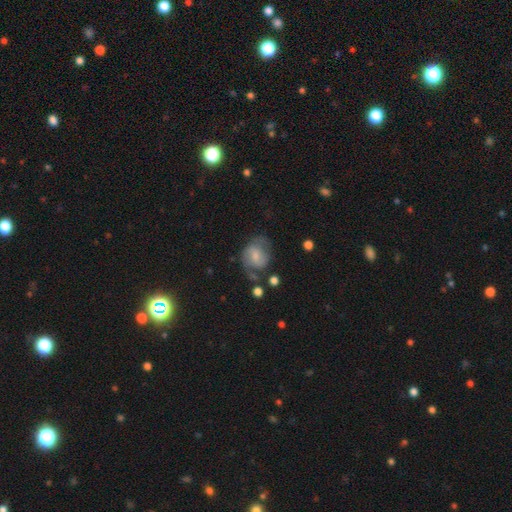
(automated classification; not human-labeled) Q: Smooth or featured?
A: featured or disk (49%); runner-up: smooth (44%)
Q: Merging?
A: none (48%); runner-up: minor disturbance (27%)